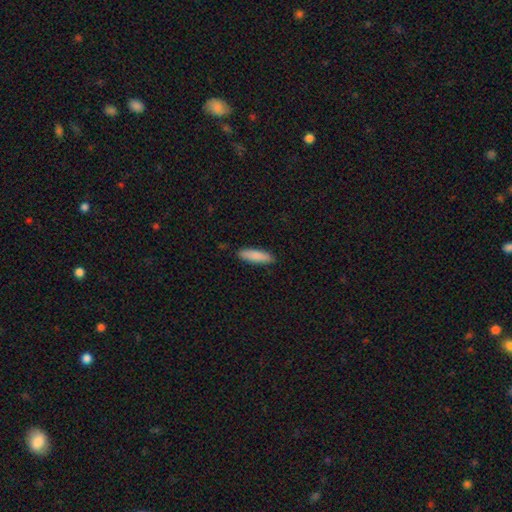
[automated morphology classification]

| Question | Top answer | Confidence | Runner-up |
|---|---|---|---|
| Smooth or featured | smooth | 88% | featured or disk (7%) |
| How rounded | cigar-shaped | 64% | in between (34%) |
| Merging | none | 89% | minor disturbance (8%) |